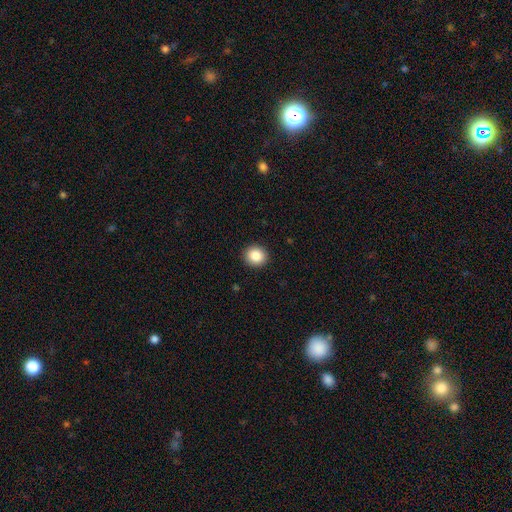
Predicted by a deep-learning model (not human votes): Smooth or featured? smooth (86%)
How rounded? round (85%)
Merging? none (92%)